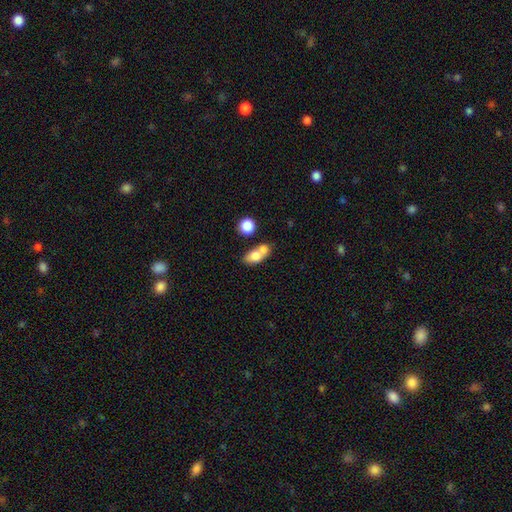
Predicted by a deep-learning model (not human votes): A smooth galaxy with no disk features (73%) that is in between round and cigar-shaped (71%).

Vote fractions:
- Smooth or featured? smooth: 73% / featured or disk: 18% / star or artifact: 9%
- How rounded? in between: 71% / round: 22% / cigar-shaped: 6%
- Merging? merger: 53% / none: 31% / minor disturbance: 10% / major disturbance: 5%